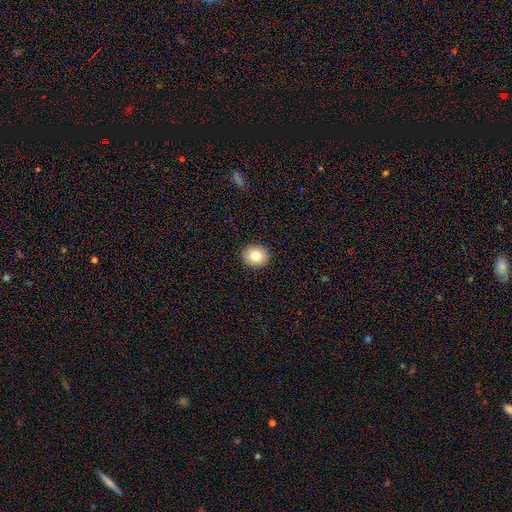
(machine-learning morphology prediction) This appears to be a smooth galaxy with no disk features (80%) that is round (76%). Merging: none (92%).